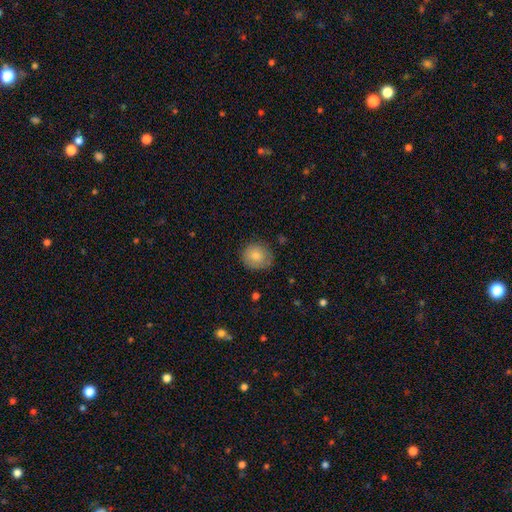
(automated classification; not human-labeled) A smooth galaxy with no disk features (80%) that is round (85%). Merging: none (77%).